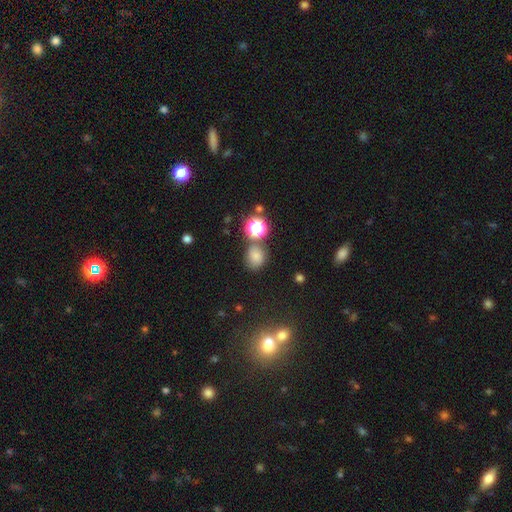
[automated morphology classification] smooth_or_featured: smooth (p=0.70) [alt: star or artifact p=0.21]
how_rounded: round (p=0.65) [alt: in between p=0.34]
merging: none (p=0.67) [alt: minor disturbance p=0.15]